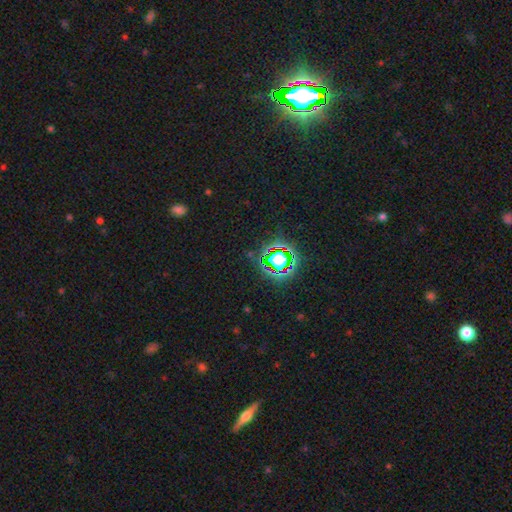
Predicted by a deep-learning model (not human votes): A star or artifact, not a galaxy (78%).